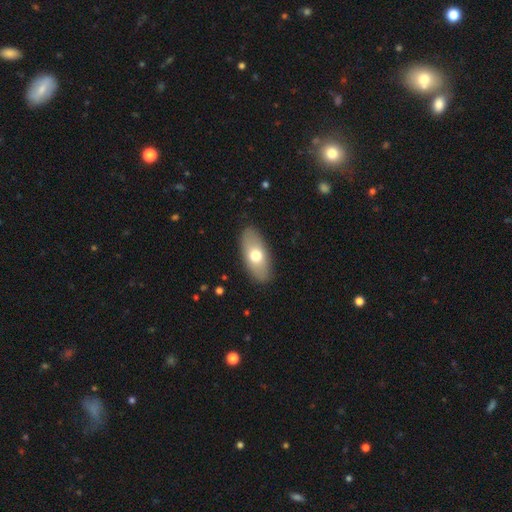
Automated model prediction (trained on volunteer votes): Smooth or featured? Predicted: smooth (p=0.67). How rounded? Predicted: in between (p=0.88). Merging? Predicted: none (p=0.88).